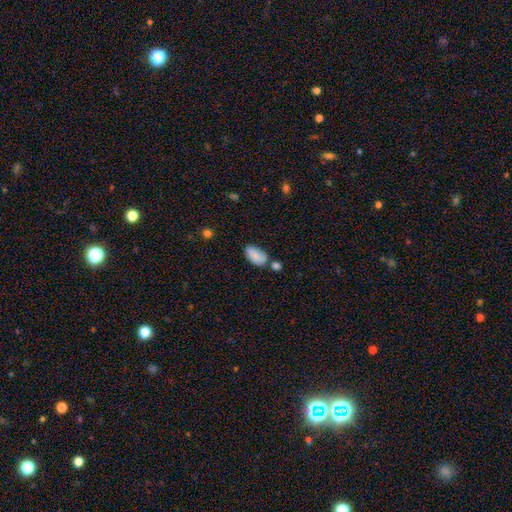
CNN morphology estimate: smooth 83%, featured or disk 10%, star or artifact 7%. Down the decision tree: how rounded — in between (94%); merging — none (60%).